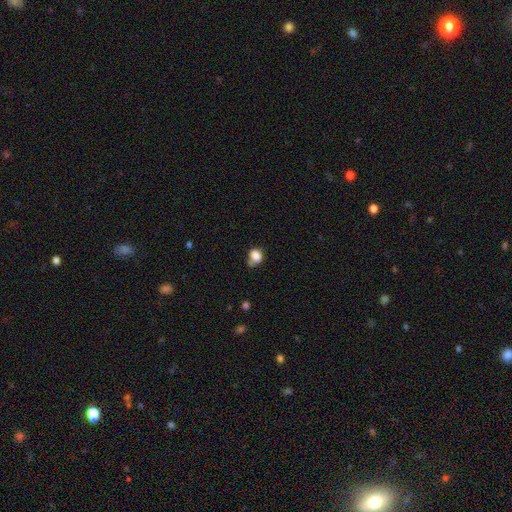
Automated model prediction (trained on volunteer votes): smooth-or-featured: smooth: 82% | star or artifact: 11% | featured or disk: 7%
  how-rounded: round: 54% | in between: 45% | cigar-shaped: 1%
  merging: none: 43% | minor disturbance: 33% | major disturbance: 13% | merger: 11%